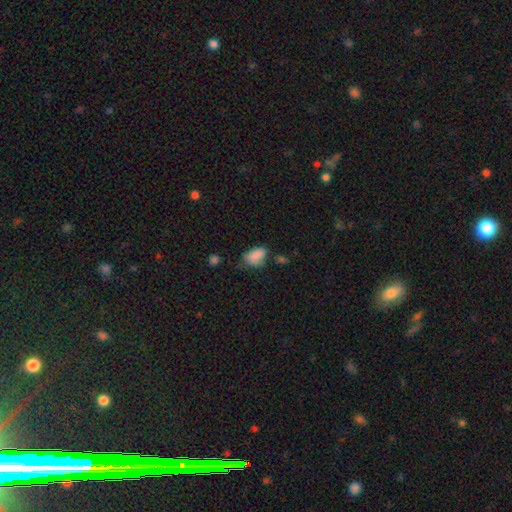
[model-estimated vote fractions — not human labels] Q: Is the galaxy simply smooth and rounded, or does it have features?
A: smooth — 80%.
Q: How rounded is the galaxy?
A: in between — 87%.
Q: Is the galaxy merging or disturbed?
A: none — 39%.